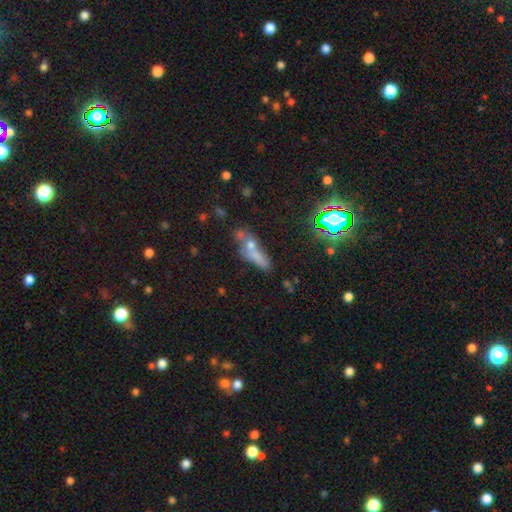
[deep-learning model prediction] Smooth or featured? smooth (55%)
How rounded? in between (49%)
Merging? none (37%)